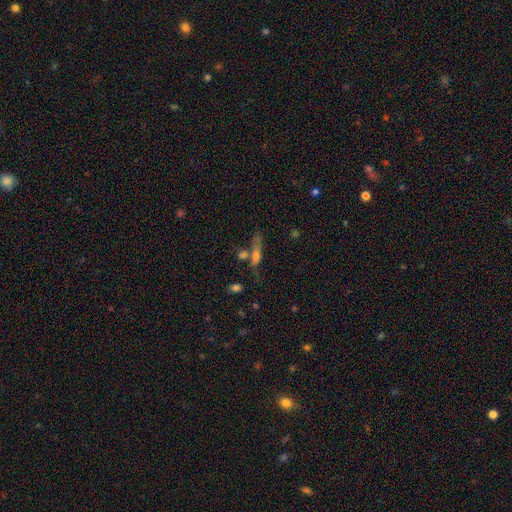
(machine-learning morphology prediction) Smooth or featured? Predicted: smooth (p=0.47). Merging? Predicted: none (p=0.53).